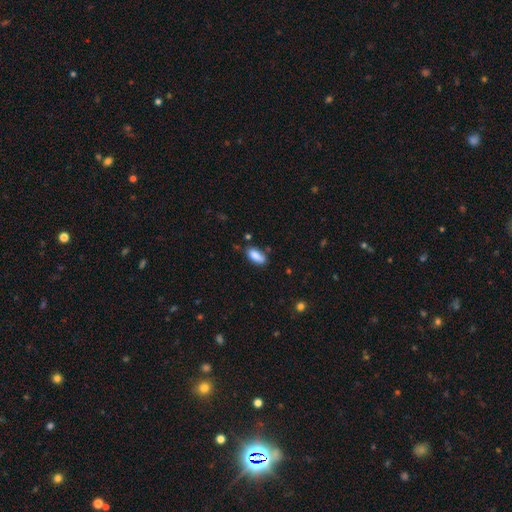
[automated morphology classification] type=smooth (86%); roundness=in between (85%); merging=none (71%).